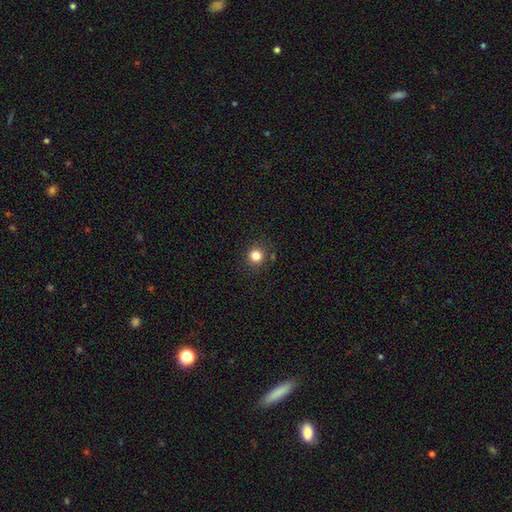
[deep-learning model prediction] smooth-or-featured: smooth: 83% | star or artifact: 12% | featured or disk: 5%
  how-rounded: round: 91% | in between: 8% | cigar-shaped: 1%
  merging: none: 87% | minor disturbance: 8% | merger: 3% | major disturbance: 3%